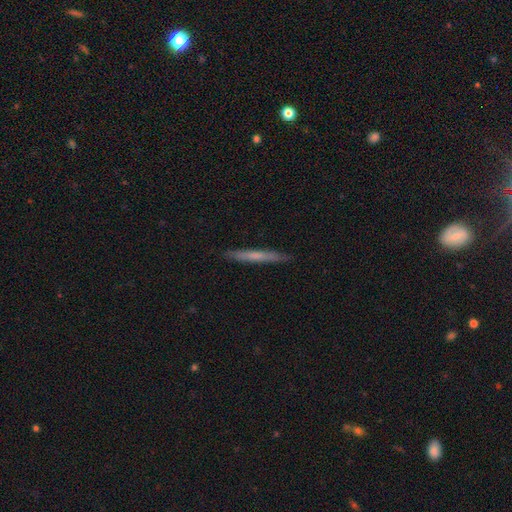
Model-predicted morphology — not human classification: Smooth or featured? smooth (57%)
How rounded? cigar-shaped (96%)
Merging? none (90%)